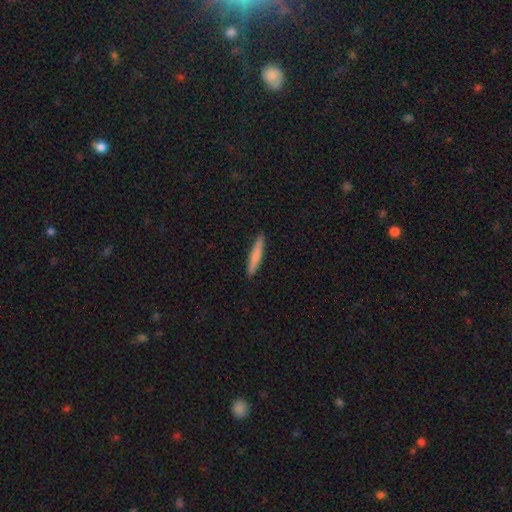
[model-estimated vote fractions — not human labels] This appears to be a smooth galaxy with no disk features (76%) that is cigar-shaped (94%). Merging: none (90%).